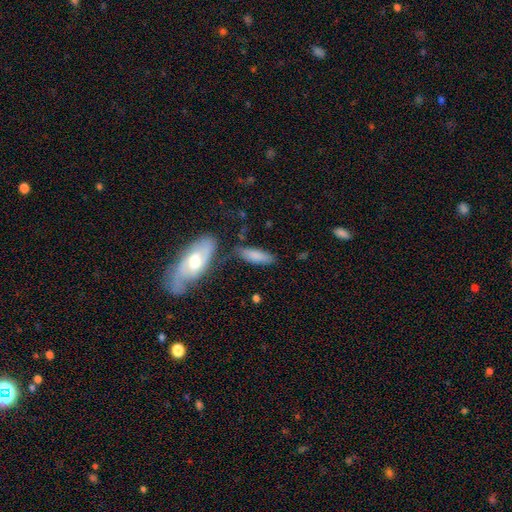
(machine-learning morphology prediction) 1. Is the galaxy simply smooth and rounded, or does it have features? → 79% smooth, 14% featured or disk, 7% star or artifact.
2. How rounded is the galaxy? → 52% in between, 45% cigar-shaped, 2% round.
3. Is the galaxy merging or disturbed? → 64% none, 17% minor disturbance, 13% merger, 6% major disturbance.